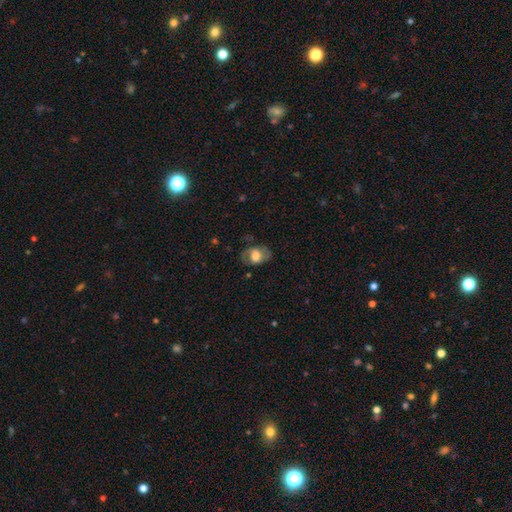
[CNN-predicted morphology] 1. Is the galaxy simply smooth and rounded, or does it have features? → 54% smooth, 38% featured or disk, 8% star or artifact.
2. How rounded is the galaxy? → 79% in between, 20% round, 1% cigar-shaped.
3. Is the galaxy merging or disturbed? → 68% none, 20% minor disturbance, 10% major disturbance, 1% merger.